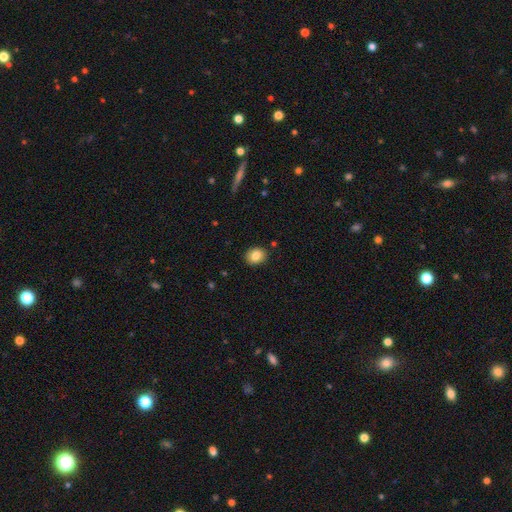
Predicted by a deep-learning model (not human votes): Overall: smooth (84%). How rounded: round (52%; in between 47%). Merging: none (89%).